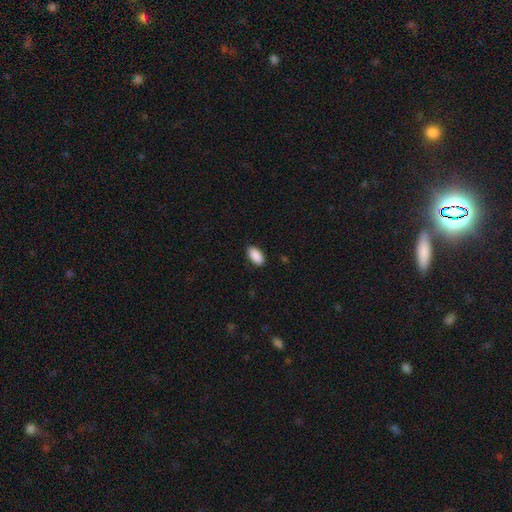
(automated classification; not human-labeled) Smooth or featured?
  - smooth: 91% *
  - star or artifact: 6%
  - featured or disk: 3%
How rounded?
  - in between: 94% *
  - cigar-shaped: 4%
  - round: 2%
Merging?
  - none: 89% *
  - minor disturbance: 8%
  - major disturbance: 2%
  - merger: 1%